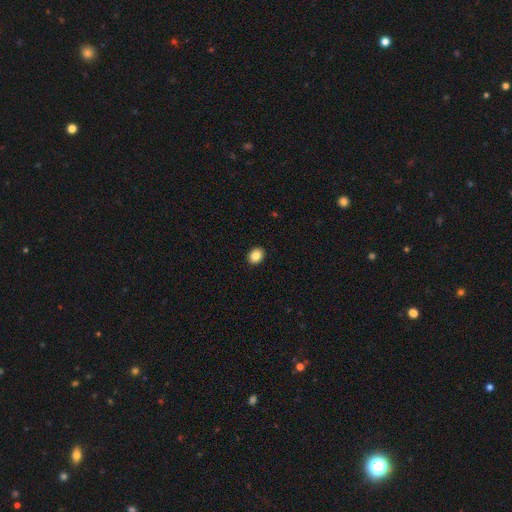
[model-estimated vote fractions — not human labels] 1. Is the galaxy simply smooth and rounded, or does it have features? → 86% smooth, 9% star or artifact, 5% featured or disk.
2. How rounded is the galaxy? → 52% in between, 47% round, 1% cigar-shaped.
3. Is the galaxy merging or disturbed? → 92% none, 6% minor disturbance, 2% major disturbance, 1% merger.